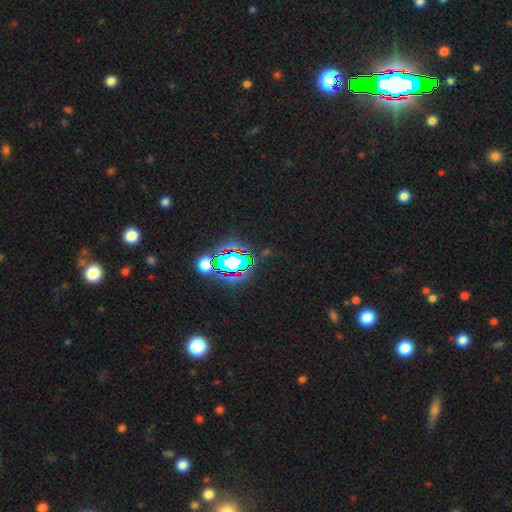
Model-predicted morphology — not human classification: Q: Smooth or featured?
A: star or artifact (80%); runner-up: smooth (12%)